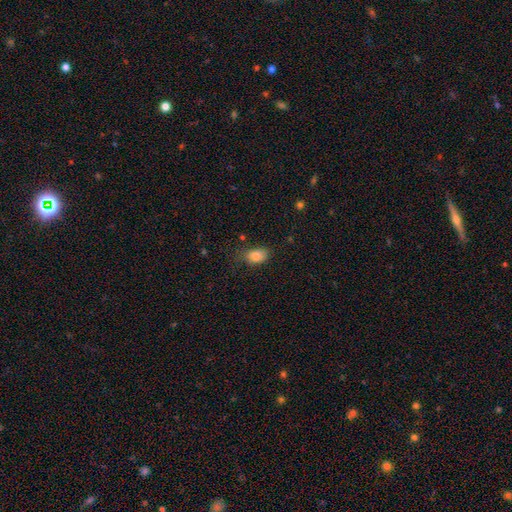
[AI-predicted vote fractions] Morphology: type=smooth (84%); roundness=in between (84%); merging=none (65%).